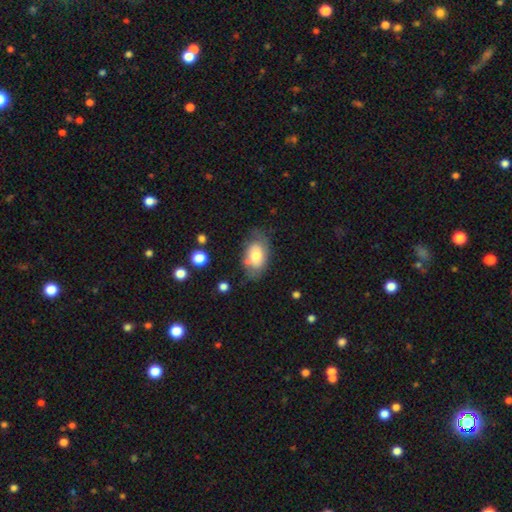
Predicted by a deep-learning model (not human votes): smooth_or_featured: smooth (p=0.69) [alt: featured or disk p=0.24]
how_rounded: in between (p=0.89) [alt: round p=0.10]
merging: none (p=0.59) [alt: minor disturbance p=0.26]